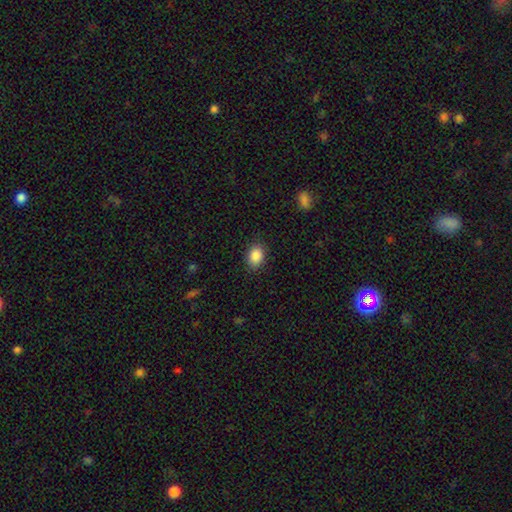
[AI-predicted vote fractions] A smooth galaxy with no disk features (88%) that is in between round and cigar-shaped (76%). Merging: none (86%).